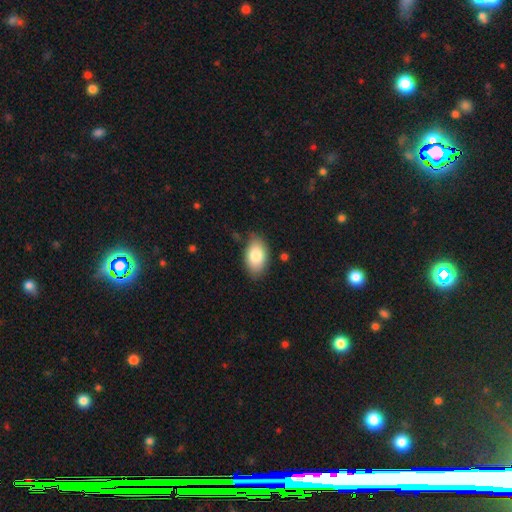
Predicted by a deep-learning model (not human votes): Smooth or featured? smooth (84%)
How rounded? in between (93%)
Merging? none (80%)